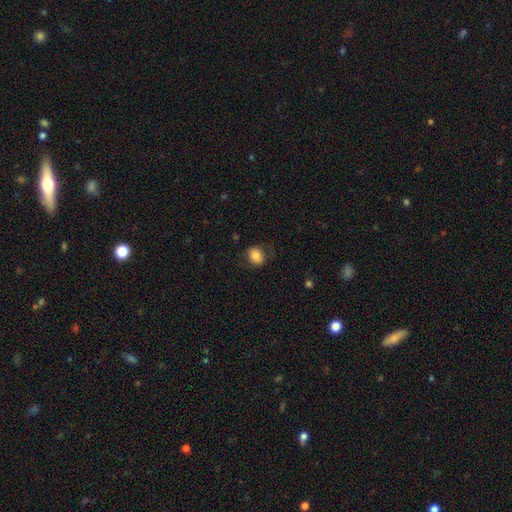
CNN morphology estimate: A smooth galaxy with no disk features (81%) that is in between round and cigar-shaped (63%). Merging: none (74%).